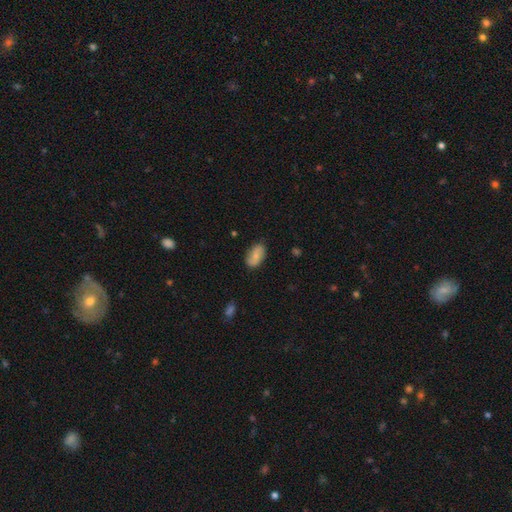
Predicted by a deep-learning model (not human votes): A smooth galaxy with no disk features (67%) that is in between round and cigar-shaped (92%).

Vote fractions:
- Smooth or featured? smooth: 67% / featured or disk: 26% / star or artifact: 7%
- How rounded? in between: 92% / round: 5% / cigar-shaped: 3%
- Merging? none: 80% / minor disturbance: 15% / major disturbance: 3% / merger: 2%